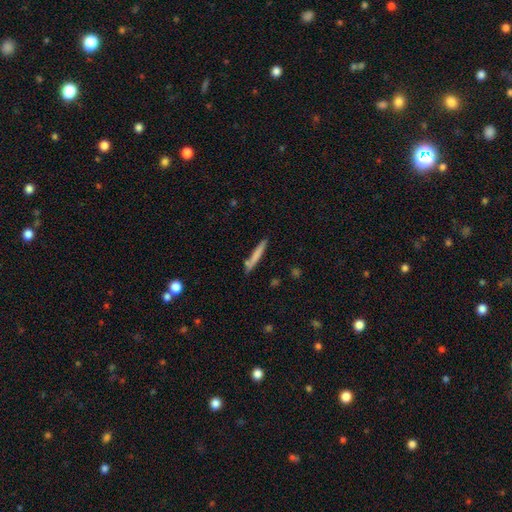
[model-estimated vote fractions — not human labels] Morphology: type=smooth (71%); roundness=cigar-shaped (95%); merging=none (79%).